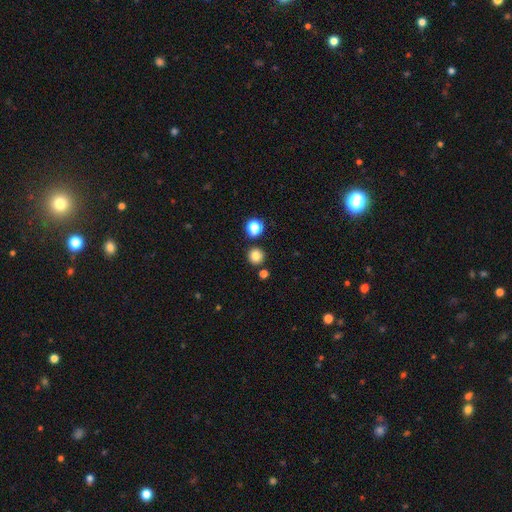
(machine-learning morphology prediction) smooth-or-featured: smooth: 82% | star or artifact: 13% | featured or disk: 5%
  how-rounded: round: 94% | in between: 5% | cigar-shaped: 1%
  merging: none: 86% | merger: 6% | minor disturbance: 6% | major disturbance: 2%